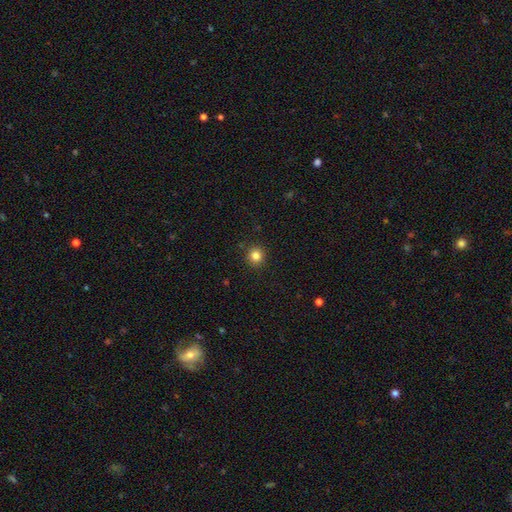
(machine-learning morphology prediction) A smooth galaxy with no disk features (83%) that is round (93%).

Vote fractions:
- Smooth or featured? smooth: 83% / star or artifact: 12% / featured or disk: 5%
- How rounded? round: 93% / in between: 6% / cigar-shaped: 1%
- Merging? none: 91% / minor disturbance: 6% / major disturbance: 2% / merger: 1%